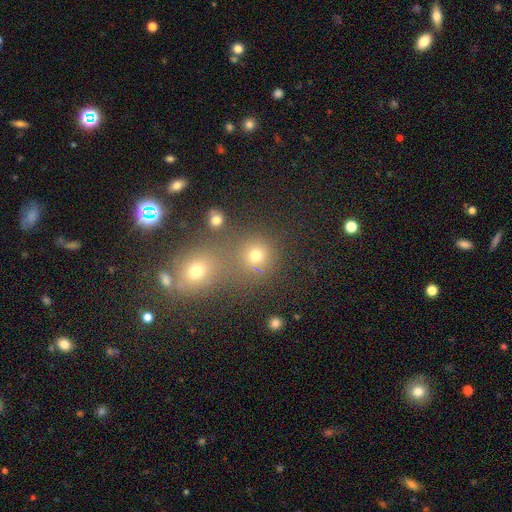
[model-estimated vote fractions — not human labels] smooth_or_featured: smooth (p=0.71) [alt: star or artifact p=0.21]
how_rounded: round (p=0.86) [alt: in between p=0.13]
merging: none (p=0.61) [alt: merger p=0.27]